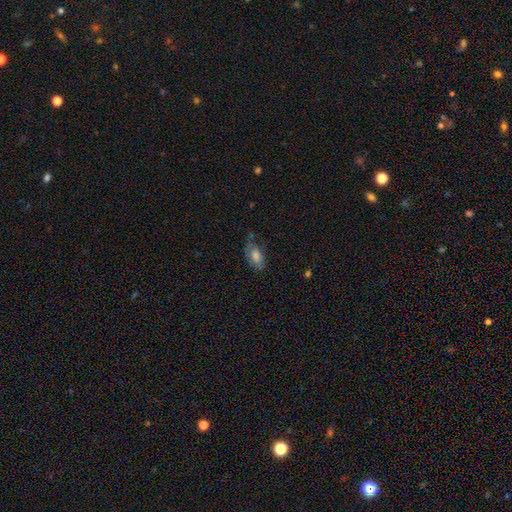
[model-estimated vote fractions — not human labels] The model was most divided on "merging": none: 59%, minor disturbance: 27%, major disturbance: 12%, merger: 2%. More confident: how rounded — in between (88%); smooth or featured — smooth (63%).